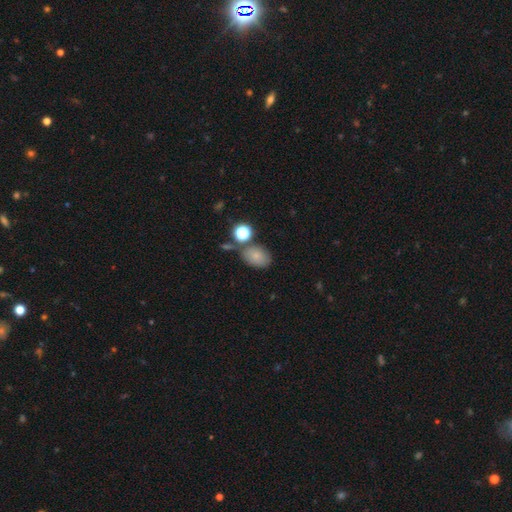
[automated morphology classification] Smooth or featured: smooth — 76% (star or artifact — 12%)
How rounded: in between — 77% (round — 21%)
Merging: none — 65% (minor disturbance — 16%)